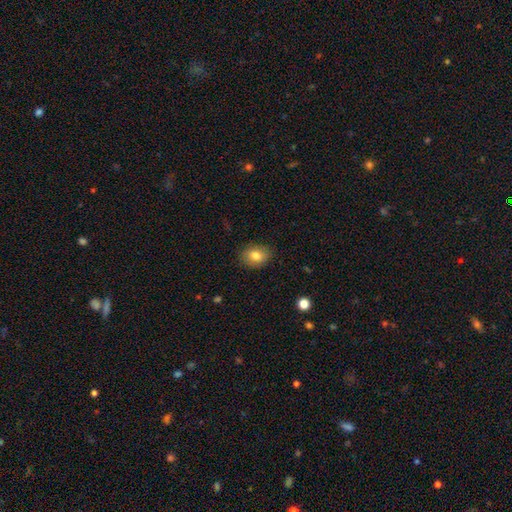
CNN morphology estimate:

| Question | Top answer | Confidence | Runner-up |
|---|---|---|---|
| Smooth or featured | smooth | 82% | featured or disk (10%) |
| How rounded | in between | 67% | round (32%) |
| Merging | none | 85% | minor disturbance (11%) |